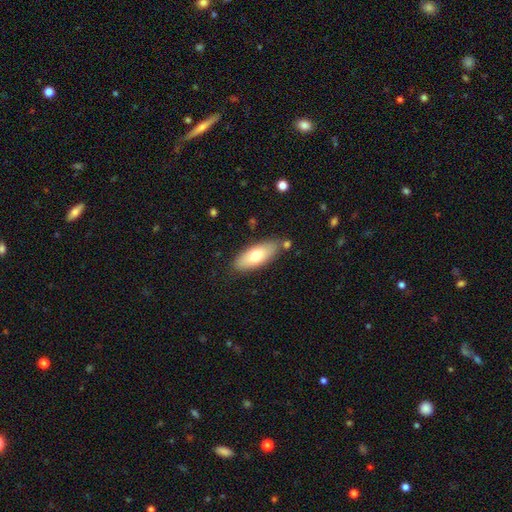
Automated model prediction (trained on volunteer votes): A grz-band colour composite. It shows a smooth galaxy with no disk features (71%) that is in between round and cigar-shaped (76%). Merging: none (80%).